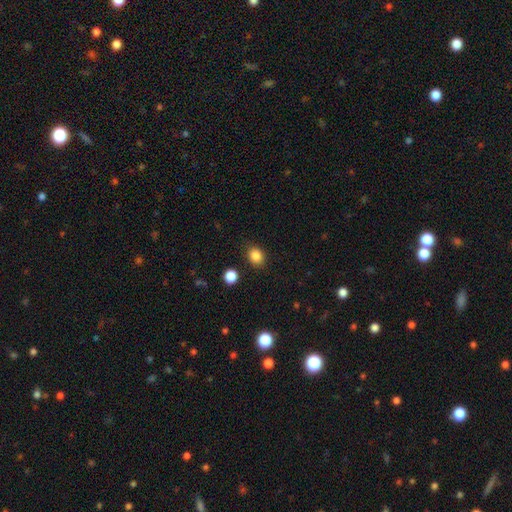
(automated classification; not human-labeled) A smooth galaxy with no disk features (85%) that is round (58%). Merging: none (86%).